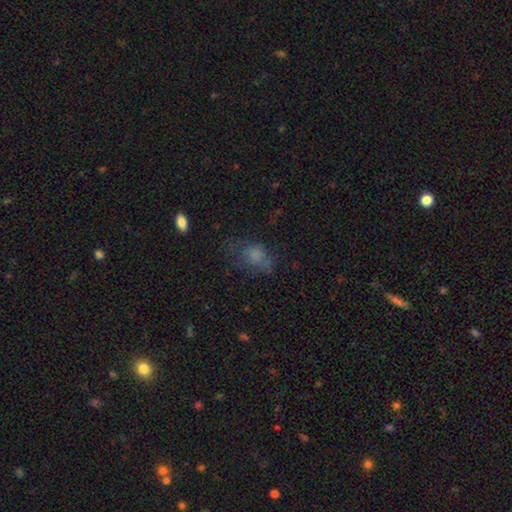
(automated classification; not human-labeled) Smooth or featured: smooth — 69% (featured or disk — 16%)
How rounded: in between — 70% (round — 27%)
Merging: none — 44% (minor disturbance — 27%)